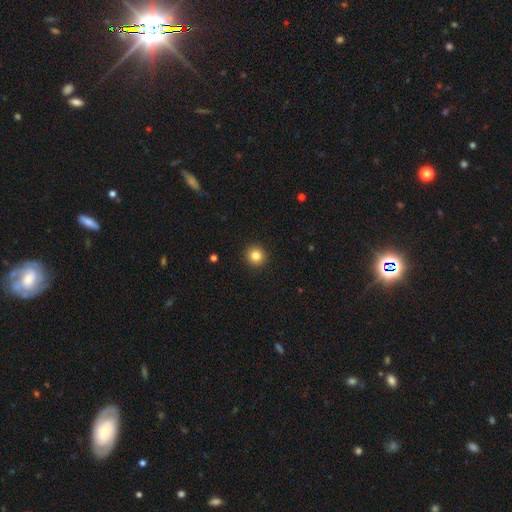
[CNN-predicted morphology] Smooth or featured? smooth (84%)
How rounded? round (94%)
Merging? none (93%)